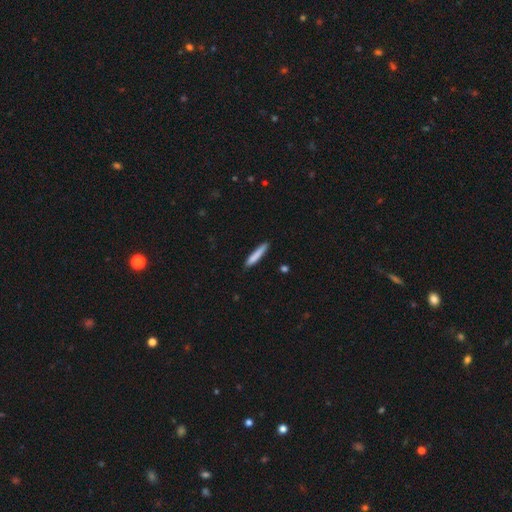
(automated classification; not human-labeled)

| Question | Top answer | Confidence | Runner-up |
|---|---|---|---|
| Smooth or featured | smooth | 82% | featured or disk (12%) |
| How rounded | cigar-shaped | 93% | in between (6%) |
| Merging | none | 86% | minor disturbance (11%) |